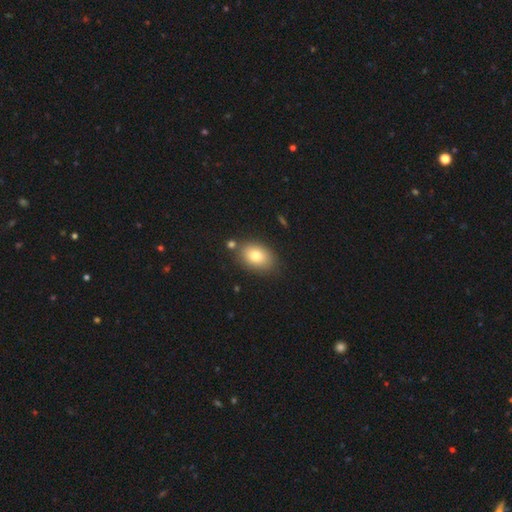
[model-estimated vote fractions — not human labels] The model was most divided on "how rounded": in between: 81%, round: 18%, cigar-shaped: 1%. More confident: smooth or featured — smooth (79%); merging — none (79%).